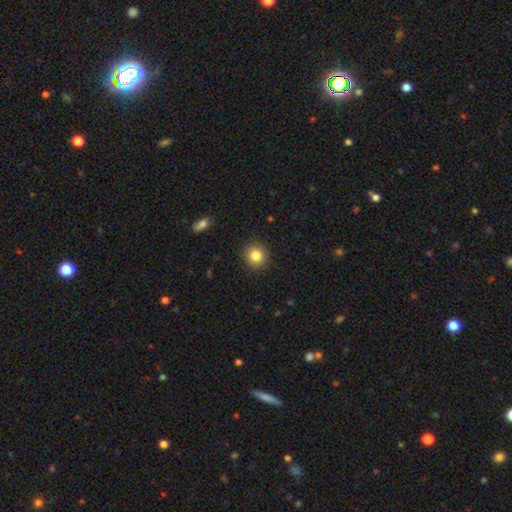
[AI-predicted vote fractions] This appears to be a smooth galaxy with no disk features (85%) that is round (90%). Merging: none (91%).